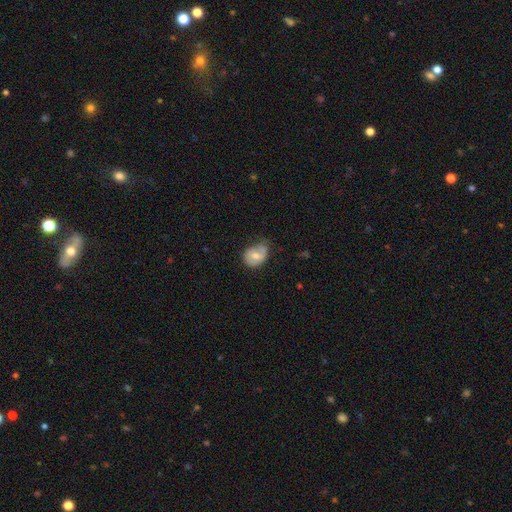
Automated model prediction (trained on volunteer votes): smooth_or_featured: smooth (p=0.59) [alt: featured or disk p=0.34]
how_rounded: in between (p=0.65) [alt: round p=0.34]
merging: none (p=0.49) [alt: minor disturbance p=0.38]